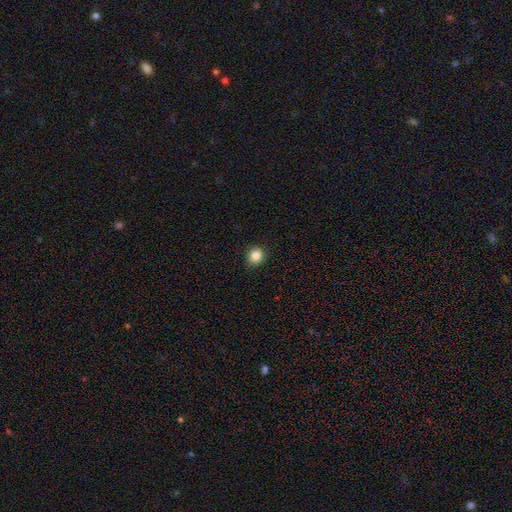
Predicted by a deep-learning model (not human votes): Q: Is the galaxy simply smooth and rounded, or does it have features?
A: smooth — 84%.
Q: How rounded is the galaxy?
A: round — 86%.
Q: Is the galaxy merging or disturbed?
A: none — 90%.